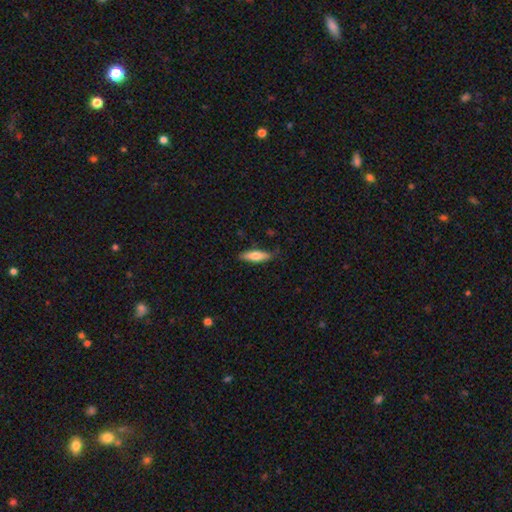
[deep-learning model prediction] The model was most divided on "how rounded": cigar-shaped: 57%, in between: 41%, round: 2%. More confident: merging — none (80%); smooth or featured — smooth (69%).